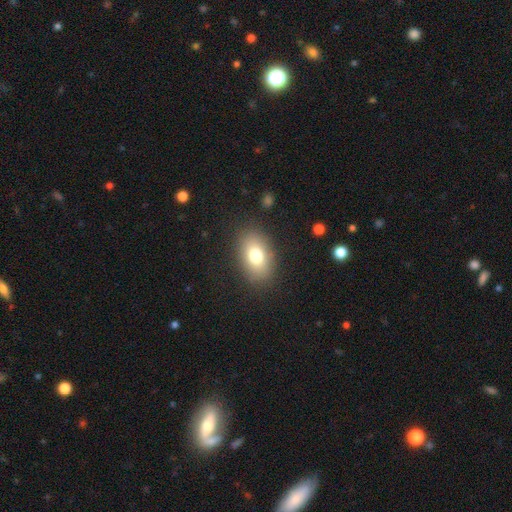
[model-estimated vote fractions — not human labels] A smooth galaxy with no disk features (76%) that is in between round and cigar-shaped (85%).

Vote fractions:
- Smooth or featured? smooth: 76% / featured or disk: 14% / star or artifact: 10%
- How rounded? in between: 85% / round: 13% / cigar-shaped: 2%
- Merging? none: 85% / minor disturbance: 10% / major disturbance: 4% / merger: 1%